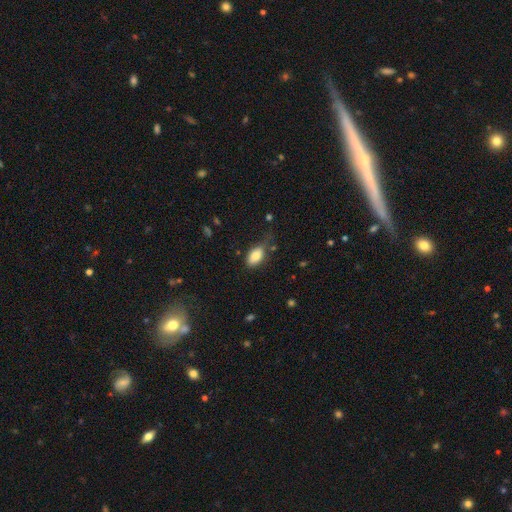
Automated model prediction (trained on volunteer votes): Smooth or featured: smooth — 85% (star or artifact — 8%)
How rounded: in between — 92% (round — 5%)
Merging: none — 58% (minor disturbance — 29%)